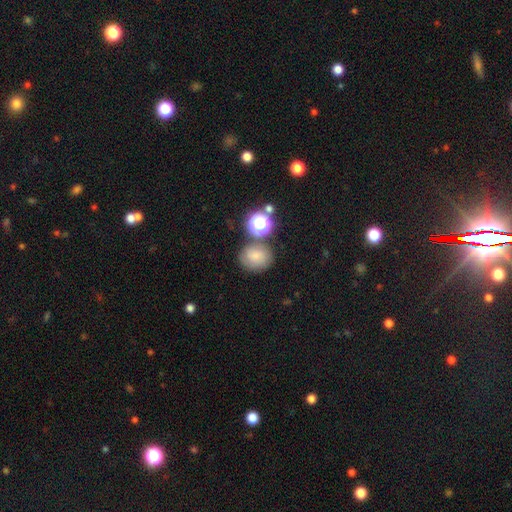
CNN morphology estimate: A smooth galaxy with no disk features (69%) that is round (57%). Merging: none (67%).